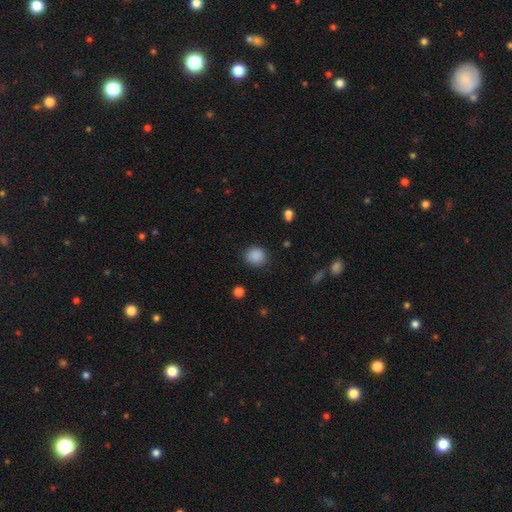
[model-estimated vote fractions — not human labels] This is clearly a smooth galaxy (88%). How rounded: clearly round (87%). Merging: clearly none (88%).